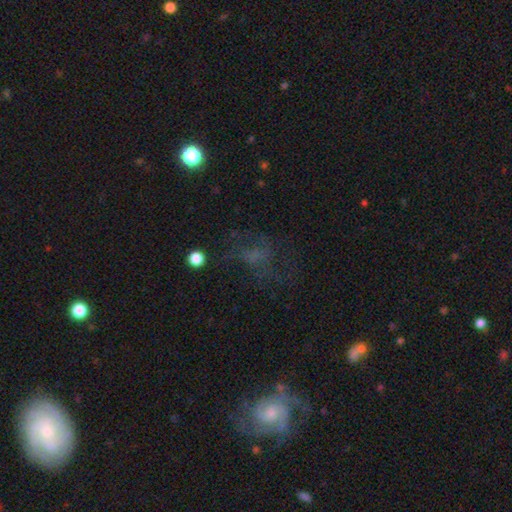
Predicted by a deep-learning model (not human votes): Morphology: type=featured or disk (35%, tied with smooth); merging=none (50%).